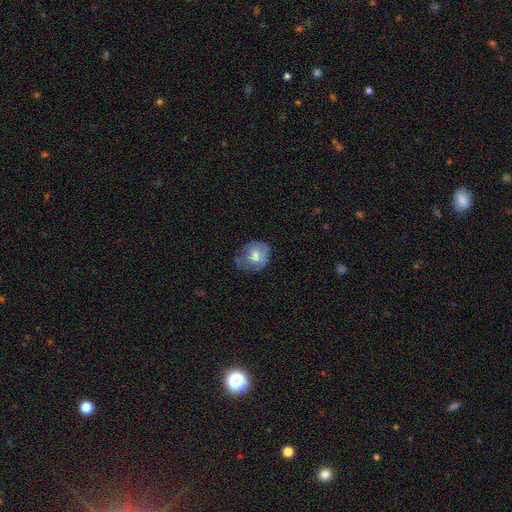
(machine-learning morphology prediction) This is likely a smooth galaxy (63%). How rounded: likely round (61%). Merging: possibly none (46%).